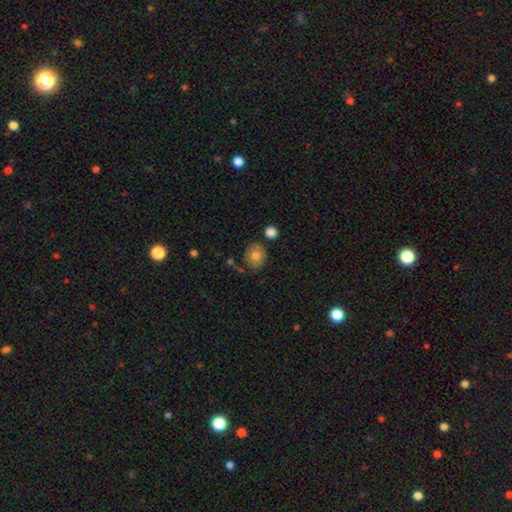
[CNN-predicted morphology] smooth_or_featured: smooth (p=0.76) [alt: featured or disk p=0.16]
how_rounded: round (p=0.75) [alt: in between p=0.24]
merging: none (p=0.77) [alt: minor disturbance p=0.14]